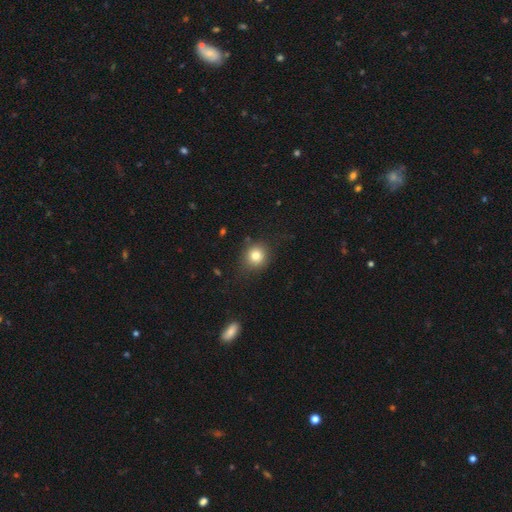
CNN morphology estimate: Smooth or featured?
  - smooth: 81% *
  - star or artifact: 11%
  - featured or disk: 8%
How rounded?
  - round: 87% *
  - in between: 12%
  - cigar-shaped: 1%
Merging?
  - none: 82% *
  - minor disturbance: 13%
  - major disturbance: 4%
  - merger: 2%